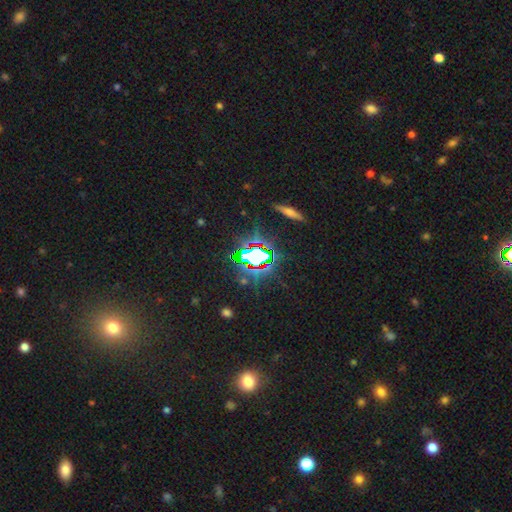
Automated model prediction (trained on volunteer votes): smooth-or-featured: star or artifact: 73% | smooth: 16% | featured or disk: 11%